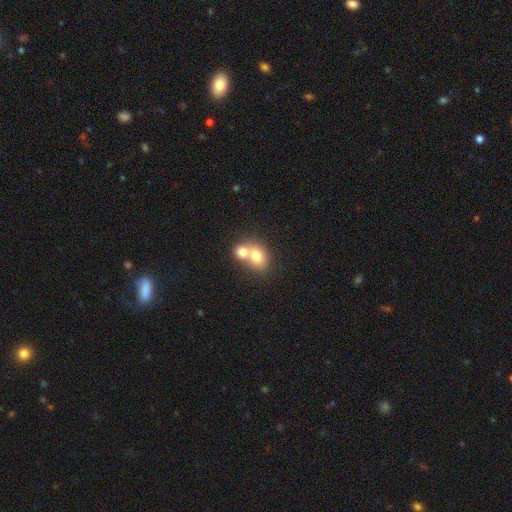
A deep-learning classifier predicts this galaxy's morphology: Overall: smooth (72%). How rounded: in between (51%; round 48%). Merging: merger (71%).